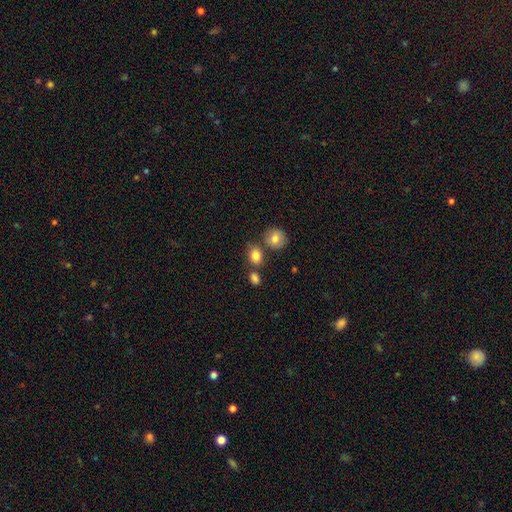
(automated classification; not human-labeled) A smooth galaxy with no disk features (82%) that is in between round and cigar-shaped (51%).

Vote fractions:
- Smooth or featured? smooth: 82% / star or artifact: 10% / featured or disk: 8%
- How rounded? in between: 51% / round: 48% / cigar-shaped: 1%
- Merging? none: 64% / merger: 19% / minor disturbance: 13% / major disturbance: 4%